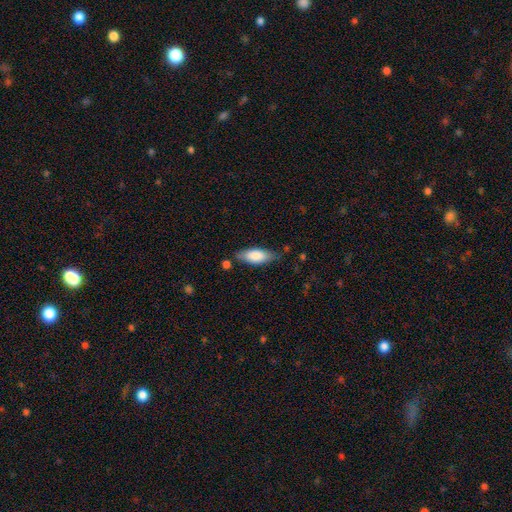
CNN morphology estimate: Smooth or featured? smooth (80%)
How rounded? in between (77%)
Merging? none (69%)